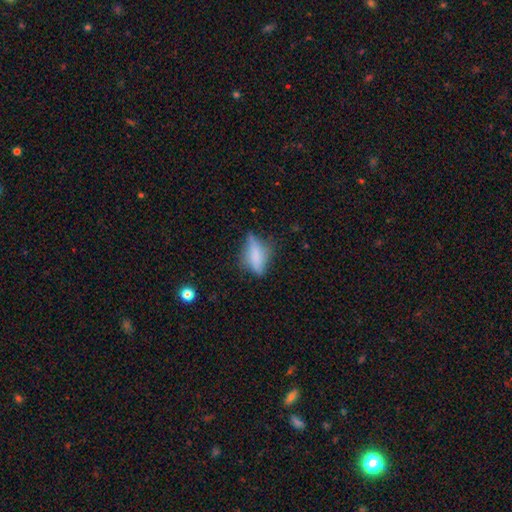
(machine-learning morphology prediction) Smooth or featured? smooth (56%)
How rounded? in between (66%)
Merging? none (53%)